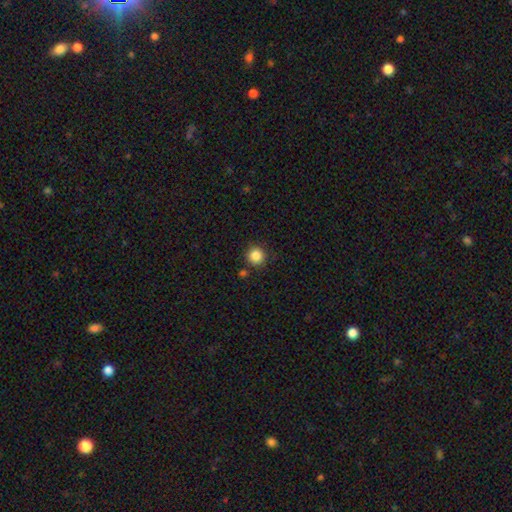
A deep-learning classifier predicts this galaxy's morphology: Smooth or featured? Predicted: smooth (p=0.86). How rounded? Predicted: round (p=0.93). Merging? Predicted: none (p=0.86).